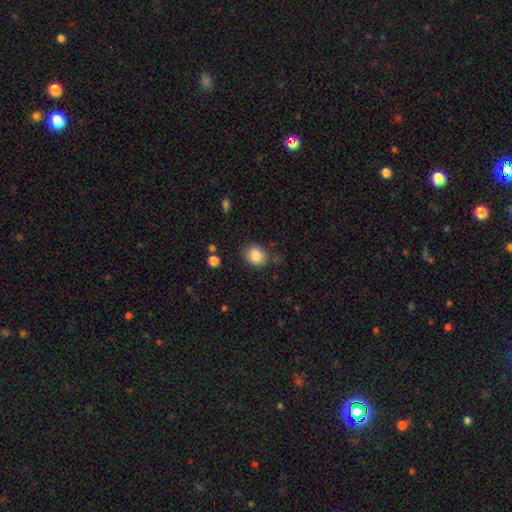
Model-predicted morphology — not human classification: Q: Smooth or featured?
A: smooth (87%); runner-up: star or artifact (9%)
Q: How rounded?
A: round (74%); runner-up: in between (25%)
Q: Merging?
A: none (77%); runner-up: minor disturbance (15%)